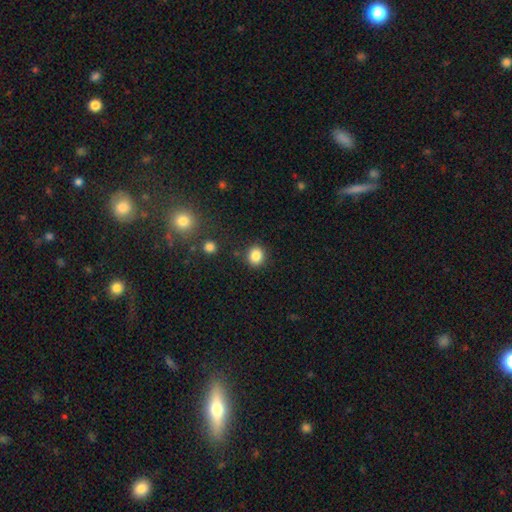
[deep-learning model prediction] This appears to be a smooth galaxy with no disk features (85%) that is round (81%). Merging: none (88%).